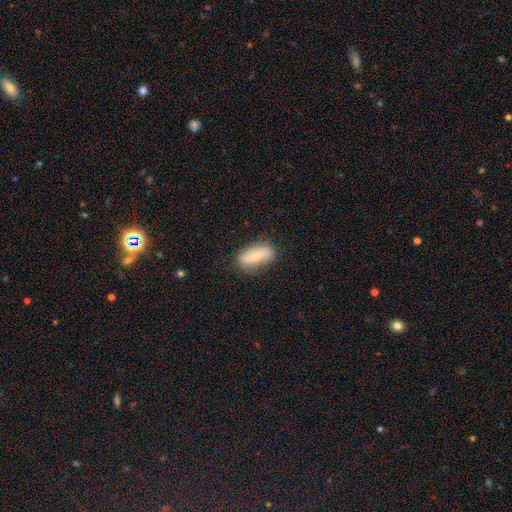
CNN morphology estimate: Q: Smooth or featured?
A: smooth (55%); runner-up: featured or disk (38%)
Q: How rounded?
A: in between (81%); runner-up: cigar-shaped (15%)
Q: Merging?
A: none (81%); runner-up: minor disturbance (14%)